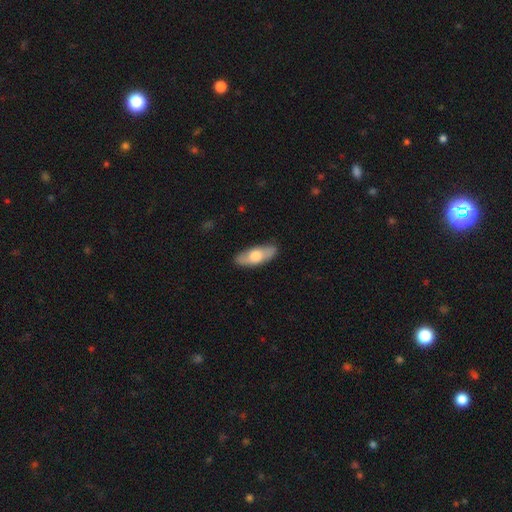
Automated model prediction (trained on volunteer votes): smooth 61%, featured or disk 34%, star or artifact 5%. Down the decision tree: how rounded — in between (70%); merging — none (86%).